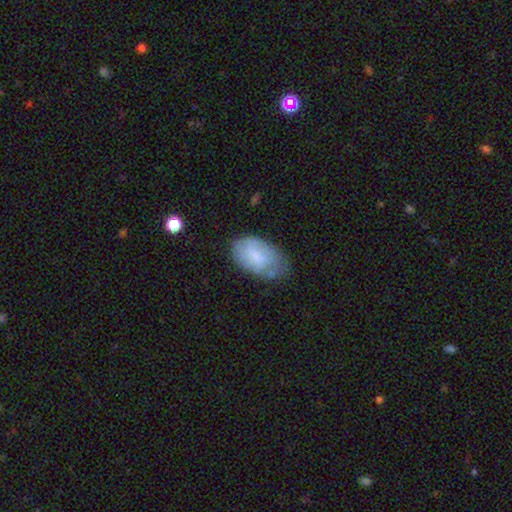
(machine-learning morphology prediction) smooth-or-featured: smooth: 70% | featured or disk: 23% | star or artifact: 7%
  how-rounded: in between: 93% | round: 5% | cigar-shaped: 2%
  merging: none: 50% | minor disturbance: 36% | major disturbance: 10% | merger: 4%